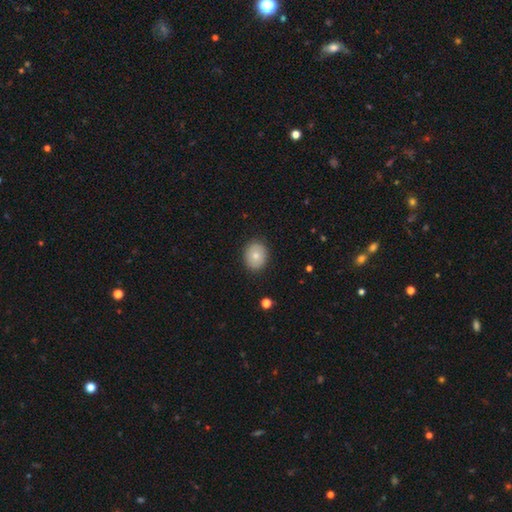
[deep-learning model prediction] This appears to be a smooth galaxy with no disk features (74%) that is round (58%). Merging: none (87%).